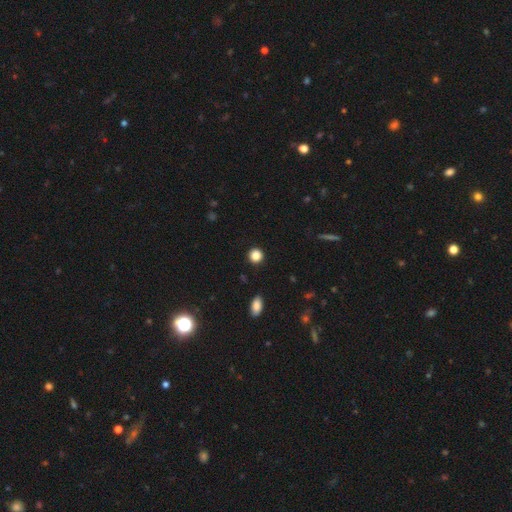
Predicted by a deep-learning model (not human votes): A smooth galaxy with no disk features (86%) that is round (92%).

Vote fractions:
- Smooth or featured? smooth: 86% / star or artifact: 10% / featured or disk: 3%
- How rounded? round: 92% / in between: 7% / cigar-shaped: 1%
- Merging? none: 92% / minor disturbance: 5% / major disturbance: 2% / merger: 1%